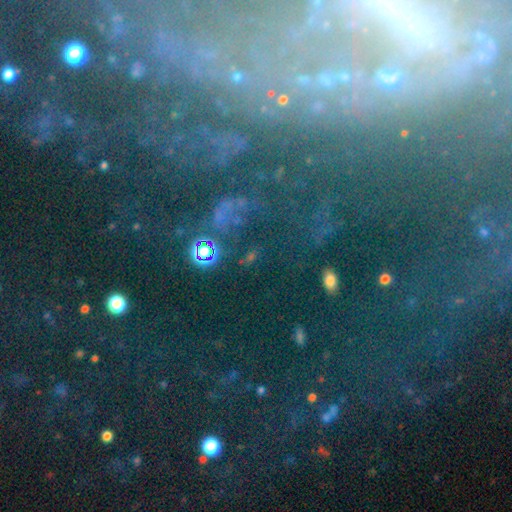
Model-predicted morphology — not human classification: Smooth or featured: star or artifact — 59% (smooth — 25%)